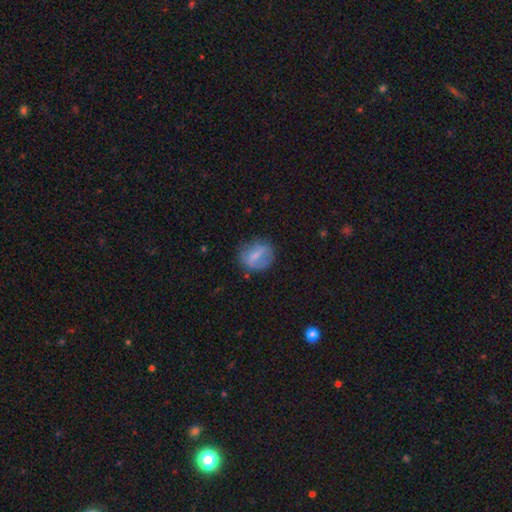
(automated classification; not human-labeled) Overall: smooth (55%; featured or disk 36%). How rounded: round (59%; in between 38%). Merging: none (62%; minor disturbance 23%).